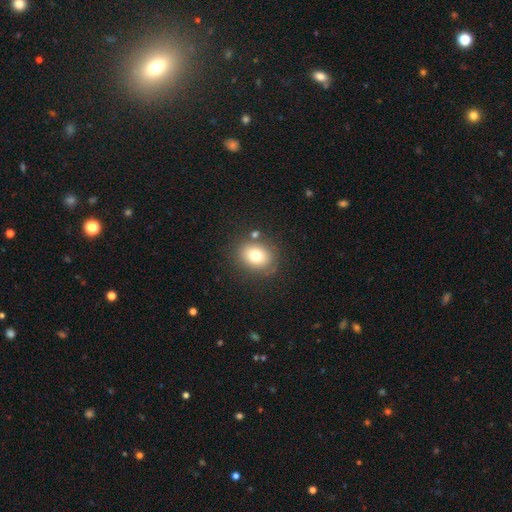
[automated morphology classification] The model was most divided on "how rounded": round: 50%, in between: 49%, cigar-shaped: 1%. More confident: merging — none (78%); smooth or featured — smooth (76%).